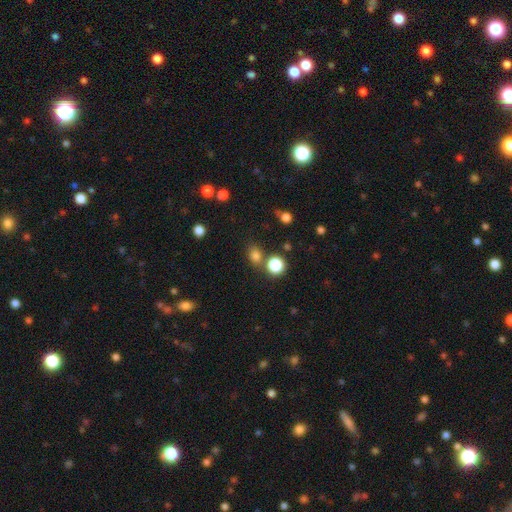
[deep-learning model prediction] smooth 76%, star or artifact 18%, featured or disk 6%. Down the decision tree: how rounded — round (53%); merging — none (70%).